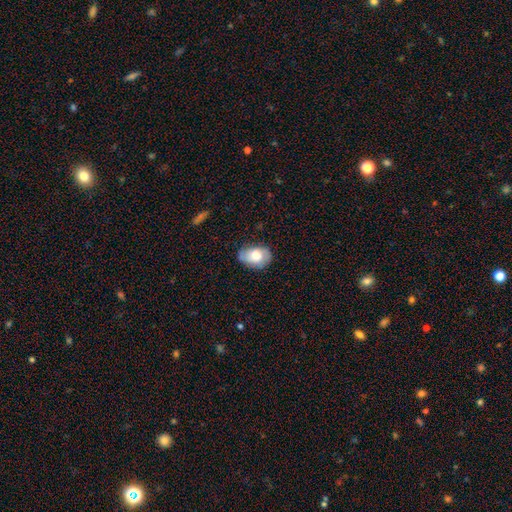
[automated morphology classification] type=smooth (67%); roundness=in between (85%); merging=none (66%).